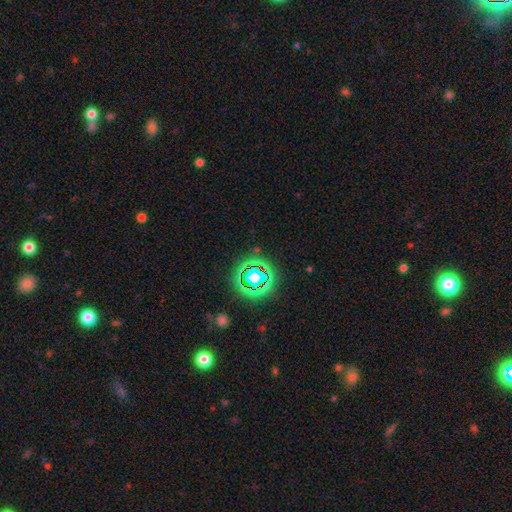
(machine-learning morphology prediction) Smooth or featured? Predicted: star or artifact (p=0.71).